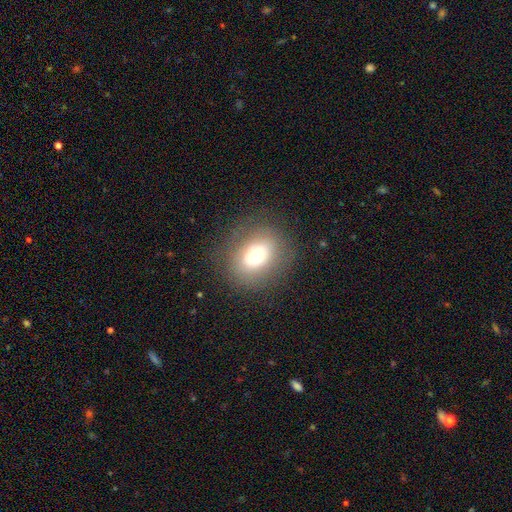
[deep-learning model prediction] This is likely a smooth galaxy (69%). How rounded: possibly in between (53%). Merging: clearly none (81%).